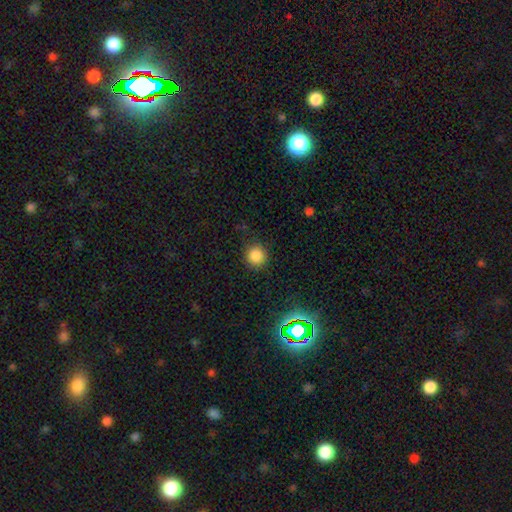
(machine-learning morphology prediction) A smooth galaxy with no disk features (84%) that is round (93%).

Vote fractions:
- Smooth or featured? smooth: 84% / star or artifact: 12% / featured or disk: 4%
- How rounded? round: 93% / in between: 6% / cigar-shaped: 1%
- Merging? none: 88% / minor disturbance: 8% / major disturbance: 3% / merger: 1%